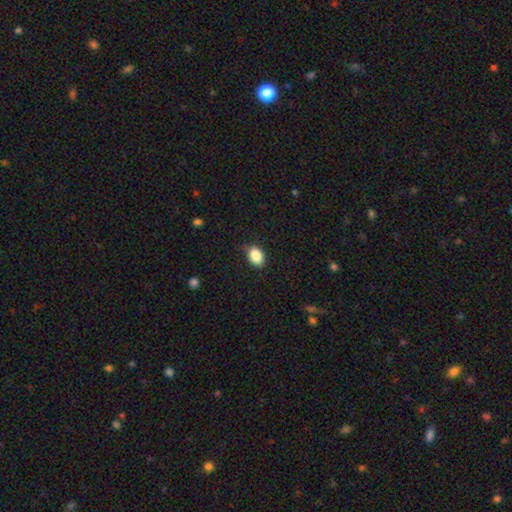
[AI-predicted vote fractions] Smooth or featured? Predicted: smooth (p=0.87). How rounded? Predicted: in between (p=0.81). Merging? Predicted: none (p=0.81).